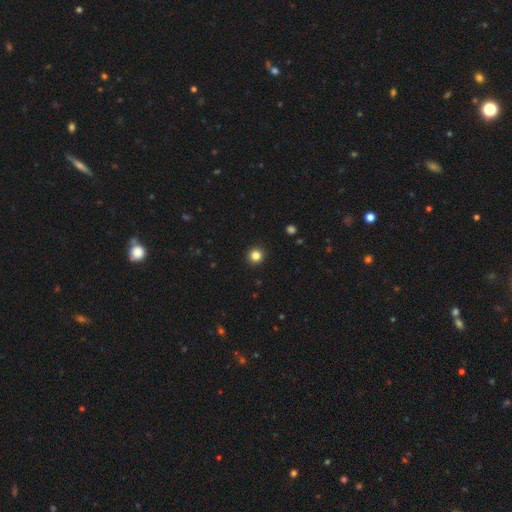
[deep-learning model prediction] Smooth or featured? smooth (83%)
How rounded? round (95%)
Merging? none (94%)